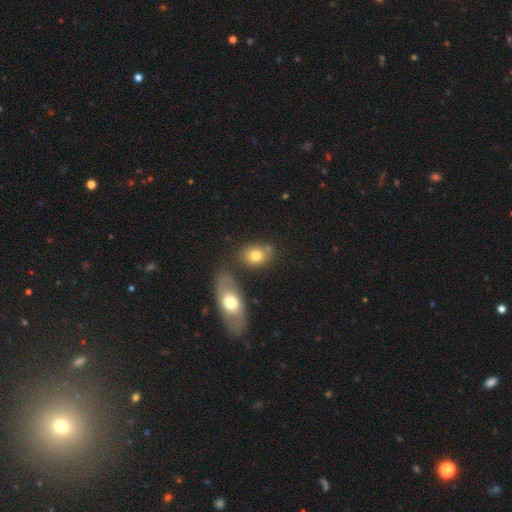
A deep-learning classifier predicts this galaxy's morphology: Overall: smooth (76%). How rounded: in between (61%; round 37%). Merging: none (60%; merger 22%).